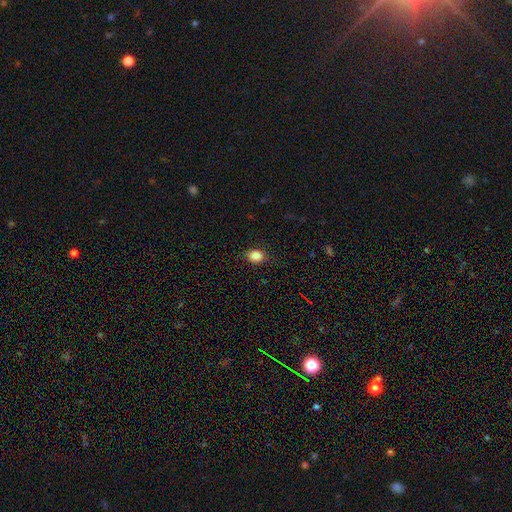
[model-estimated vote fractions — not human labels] Smooth or featured: smooth — 86% (star or artifact — 10%)
How rounded: in between — 66% (round — 32%)
Merging: none — 83% (minor disturbance — 13%)